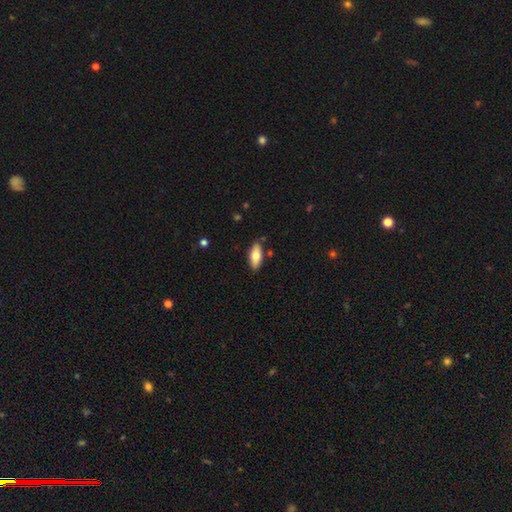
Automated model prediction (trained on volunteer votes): Smooth or featured? smooth (75%)
How rounded? in between (83%)
Merging? none (85%)